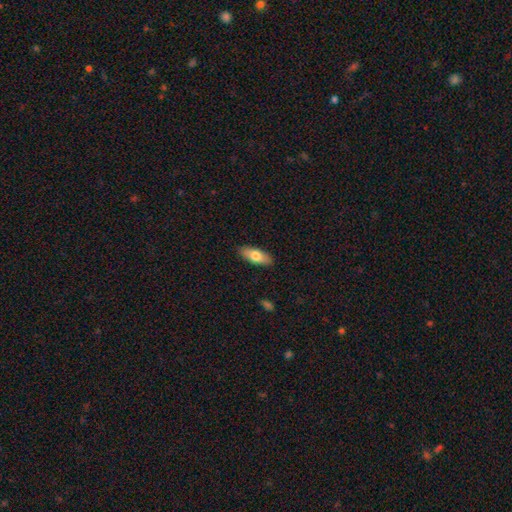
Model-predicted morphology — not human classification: This is likely a smooth galaxy (74%). How rounded: likely in between (79%). Merging: clearly none (89%).